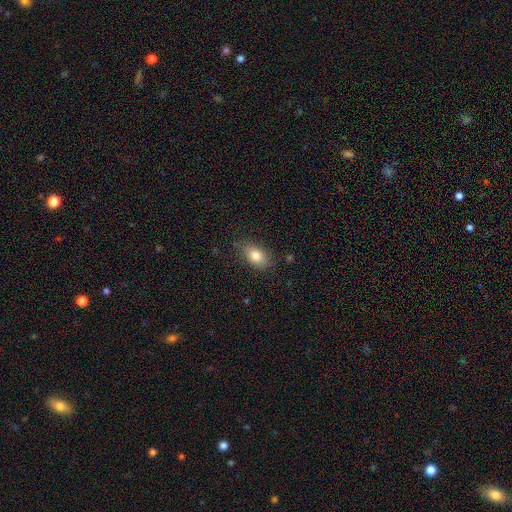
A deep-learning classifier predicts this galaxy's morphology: This is clearly a smooth galaxy (82%). How rounded: clearly in between (87%). Merging: clearly none (80%).